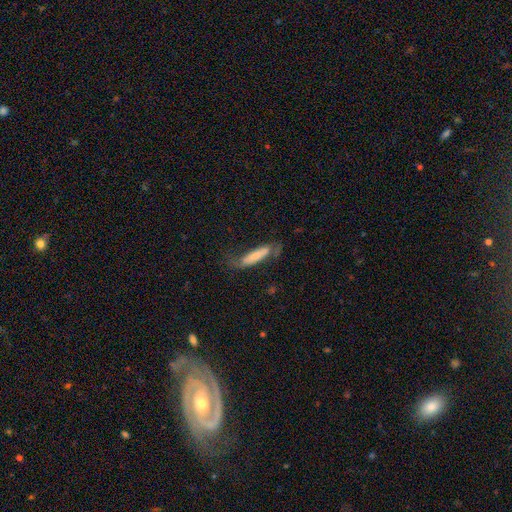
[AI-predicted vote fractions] The model was most divided on "merging": none: 49%, minor disturbance: 27%, major disturbance: 19%, merger: 4%. More confident: how rounded — cigar-shaped (76%); smooth or featured — smooth (64%).